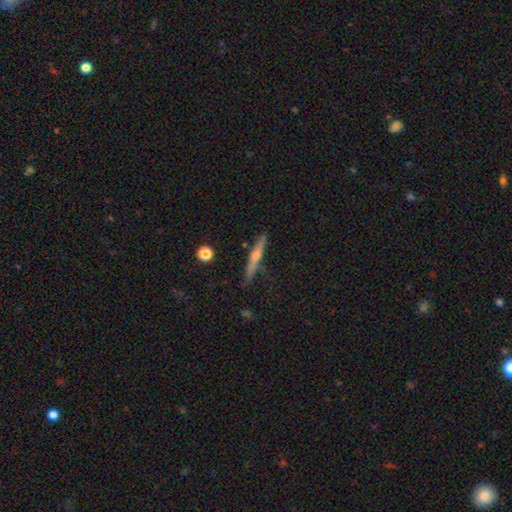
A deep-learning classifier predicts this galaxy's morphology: This is possibly a featured or disk galaxy (58%). It is clearly viewed edge-on (96%). Edge-on bulge: likely rounded (77%). Merging: clearly none (82%).